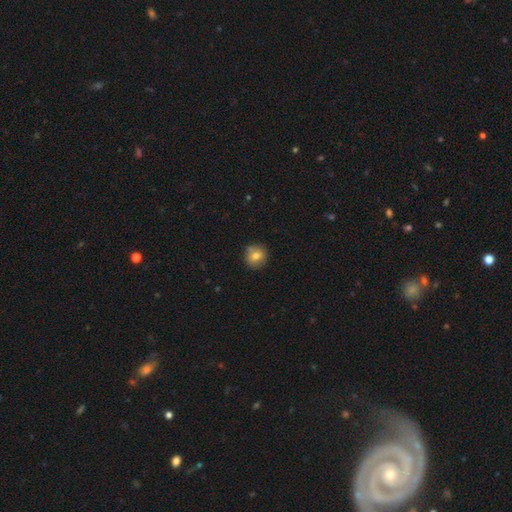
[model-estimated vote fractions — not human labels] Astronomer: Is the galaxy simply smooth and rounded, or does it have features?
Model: smooth — 75%.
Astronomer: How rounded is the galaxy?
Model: round — 90%.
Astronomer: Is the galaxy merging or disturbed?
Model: none — 81%.